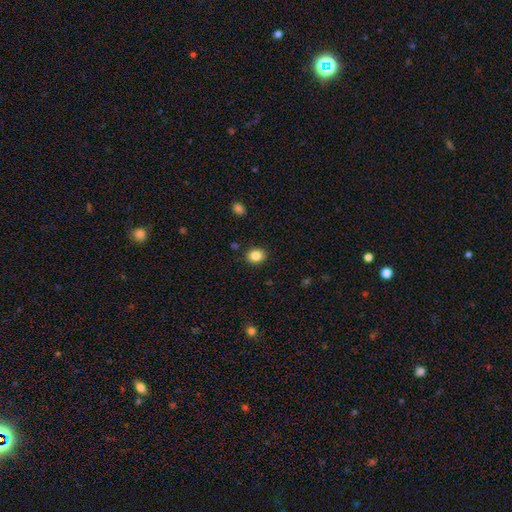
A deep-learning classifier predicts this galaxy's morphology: smooth_or_featured: smooth (p=0.85) [alt: star or artifact p=0.10]
how_rounded: round (p=0.53) [alt: in between p=0.46]
merging: none (p=0.88) [alt: minor disturbance p=0.08]